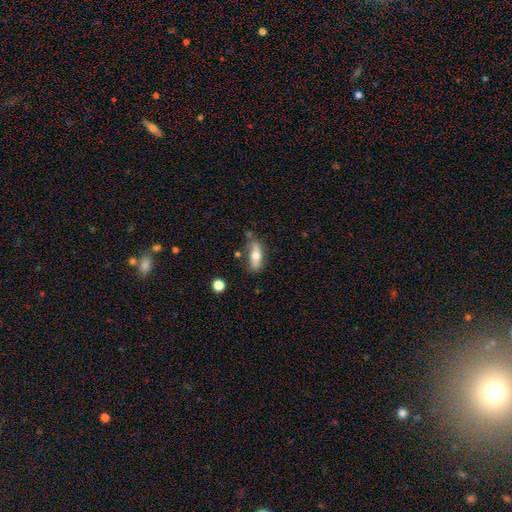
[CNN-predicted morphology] Q: Smooth or featured?
A: smooth (59%); runner-up: featured or disk (34%)
Q: How rounded?
A: in between (67%); runner-up: cigar-shaped (29%)
Q: Merging?
A: none (61%); runner-up: minor disturbance (24%)